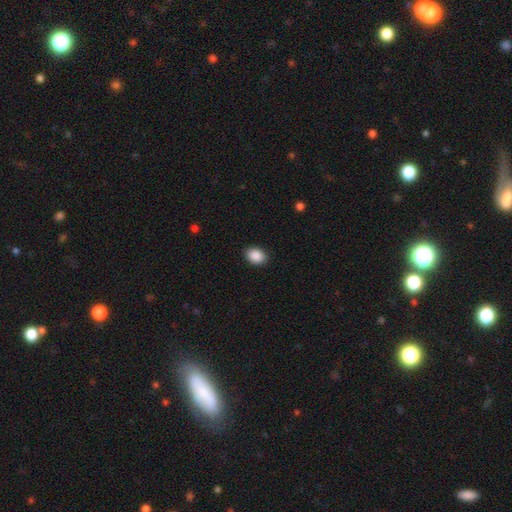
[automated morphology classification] The model was most divided on "how rounded": in between: 76%, round: 23%, cigar-shaped: 1%. More confident: smooth or featured — smooth (90%); merging — none (90%).